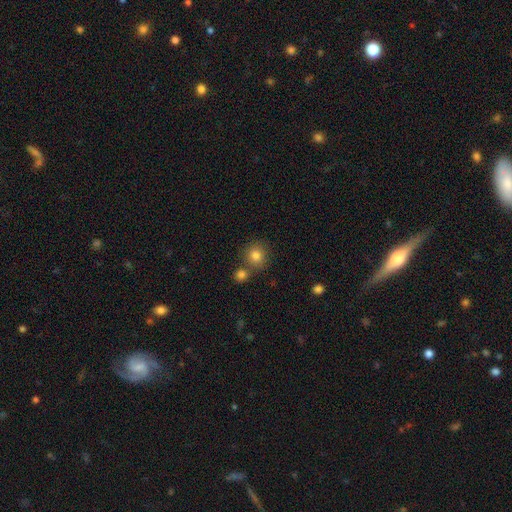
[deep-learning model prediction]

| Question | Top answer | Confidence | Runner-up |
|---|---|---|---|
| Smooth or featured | smooth | 81% | star or artifact (12%) |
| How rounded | round | 88% | in between (11%) |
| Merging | none | 67% | merger (22%) |